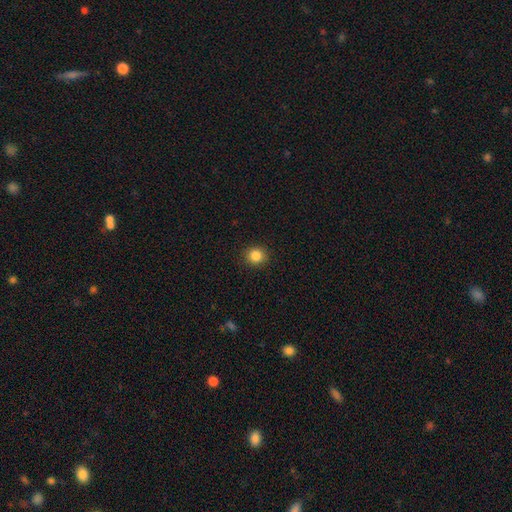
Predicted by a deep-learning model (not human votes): smooth_or_featured: smooth (p=0.86) [alt: star or artifact p=0.11]
how_rounded: round (p=0.89) [alt: in between p=0.10]
merging: none (p=0.91) [alt: minor disturbance p=0.06]